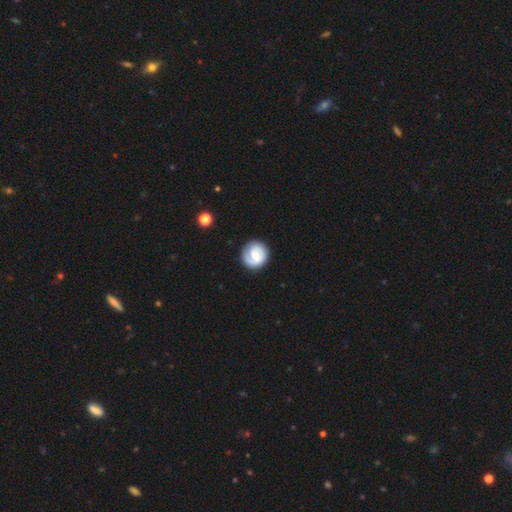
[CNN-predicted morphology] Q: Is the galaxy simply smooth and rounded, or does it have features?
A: featured or disk — 66%.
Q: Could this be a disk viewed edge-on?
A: no — 98%.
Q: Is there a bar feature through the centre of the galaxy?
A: weak — 52%.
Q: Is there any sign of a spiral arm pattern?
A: yes — 91%.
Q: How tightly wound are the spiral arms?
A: tight — 53%.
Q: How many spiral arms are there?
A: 2 — 62%.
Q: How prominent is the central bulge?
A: small — 43%.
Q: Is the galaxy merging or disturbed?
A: none — 83%.